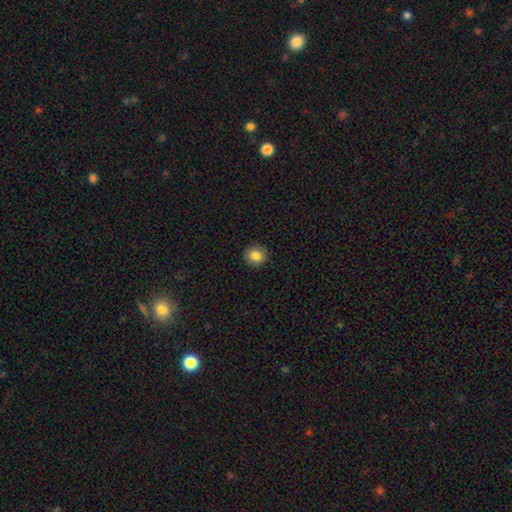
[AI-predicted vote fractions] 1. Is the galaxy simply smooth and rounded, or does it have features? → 84% smooth, 10% star or artifact, 6% featured or disk.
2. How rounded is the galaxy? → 89% round, 11% in between, 1% cigar-shaped.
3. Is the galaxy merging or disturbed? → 91% none, 6% minor disturbance, 2% major disturbance, 1% merger.